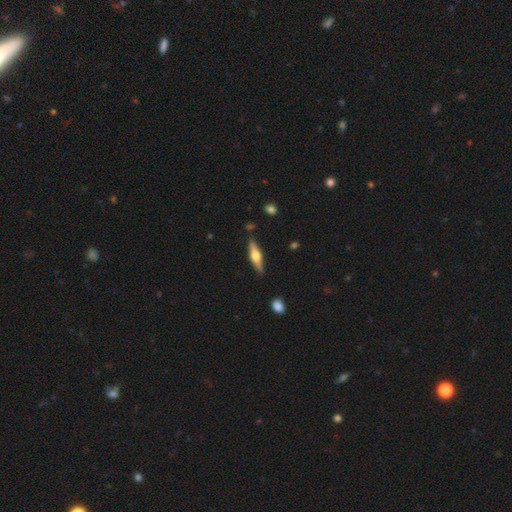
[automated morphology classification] The model was most divided on "smooth or featured": featured or disk: 66%, smooth: 29%, star or artifact: 5%. More confident: edge-on disk — yes (96%); edge-on bulge — rounded (95%); merging — none (87%).